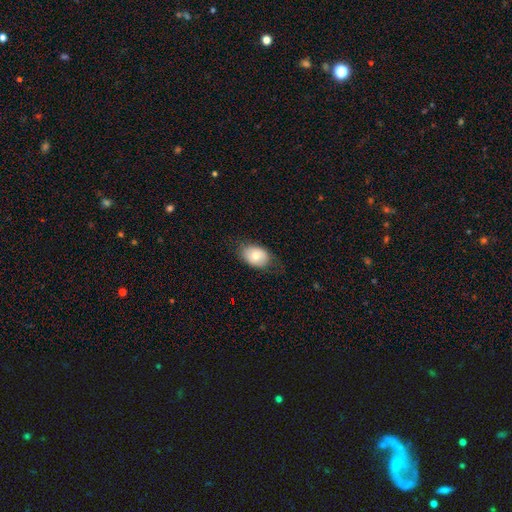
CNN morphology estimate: Smooth or featured?
  - smooth: 74% *
  - featured or disk: 18%
  - star or artifact: 8%
How rounded?
  - in between: 77% *
  - round: 22%
  - cigar-shaped: 1%
Merging?
  - none: 71% *
  - minor disturbance: 21%
  - major disturbance: 7%
  - merger: 1%